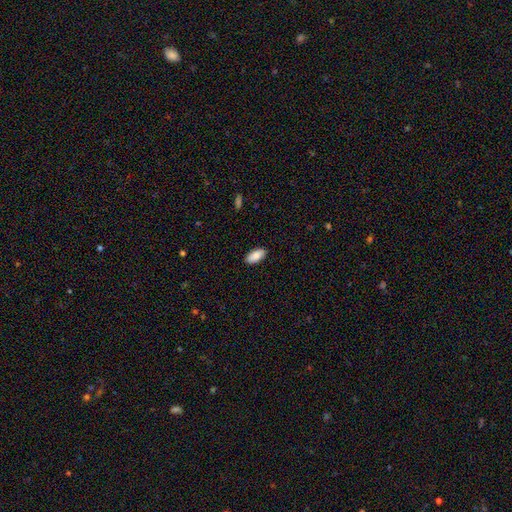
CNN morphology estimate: Smooth or featured? Predicted: smooth (p=0.87). How rounded? Predicted: in between (p=0.91). Merging? Predicted: none (p=0.88).